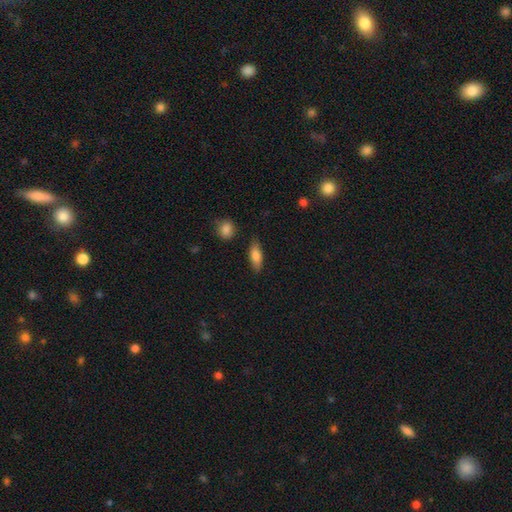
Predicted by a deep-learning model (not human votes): smooth 79%, featured or disk 14%, star or artifact 7%. Down the decision tree: how rounded — in between (71%); merging — none (81%).